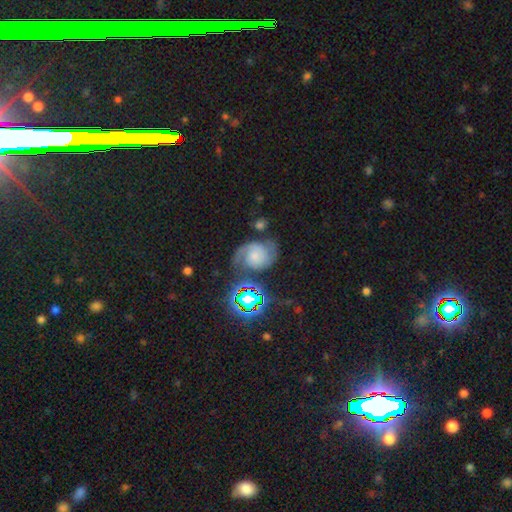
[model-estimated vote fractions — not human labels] Smooth or featured? Predicted: featured or disk (p=0.73). Edge-on disk? Predicted: no (p=0.98). Bar? Predicted: no (p=0.71). Spiral arms? Predicted: yes (p=0.95). Spiral winding? Predicted: medium (p=0.48). Spiral arm count? Predicted: 2 (p=0.83). Bulge size? Predicted: small (p=0.53). Merging? Predicted: none (p=0.58).